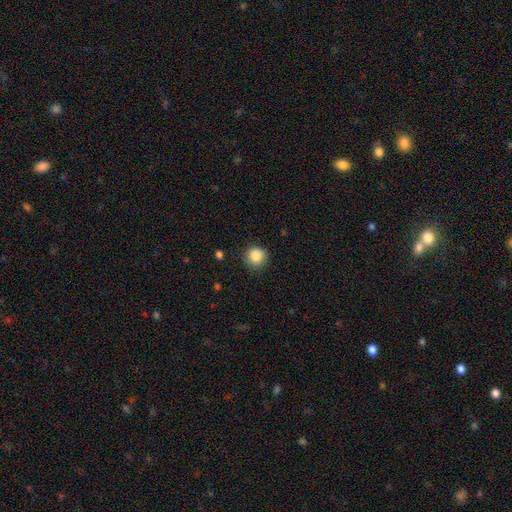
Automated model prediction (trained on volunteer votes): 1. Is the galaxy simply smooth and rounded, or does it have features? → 86% smooth, 10% star or artifact, 4% featured or disk.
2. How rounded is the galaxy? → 90% round, 9% in between, 1% cigar-shaped.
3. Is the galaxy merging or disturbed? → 84% none, 12% minor disturbance, 3% major disturbance, 1% merger.